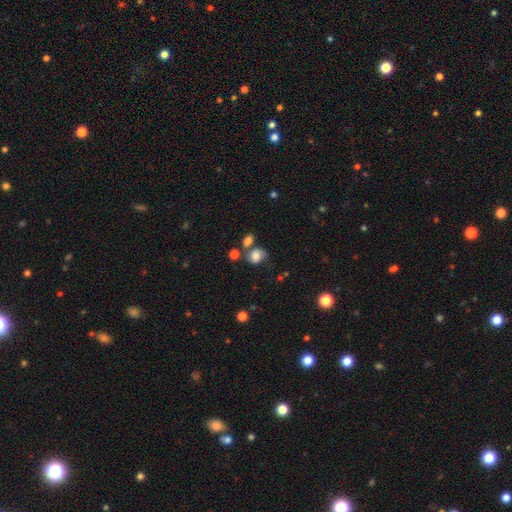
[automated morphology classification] Smooth or featured? smooth (71%)
How rounded? in between (50%)
Merging? none (42%)